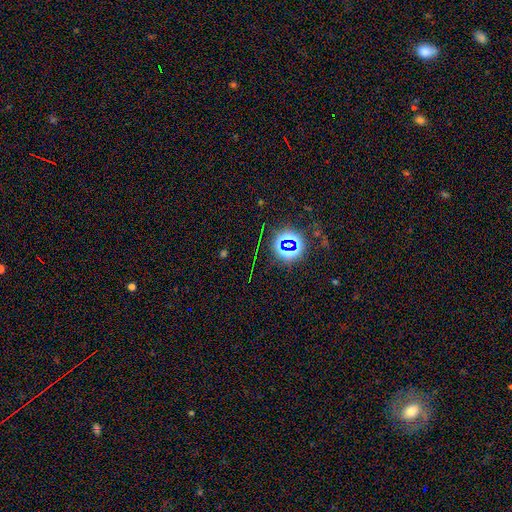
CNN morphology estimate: smooth_or_featured: star or artifact (p=0.82) [alt: smooth p=0.11]